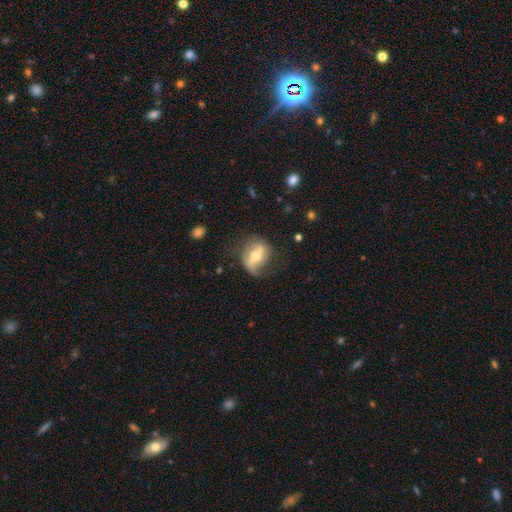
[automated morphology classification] featured or disk 63%, smooth 30%, star or artifact 7%. Down the decision tree: edge-on disk — no (91%); bar — strong (42%); spiral arms — yes (70%); bulge size — moderate (64%); merging — none (56%).